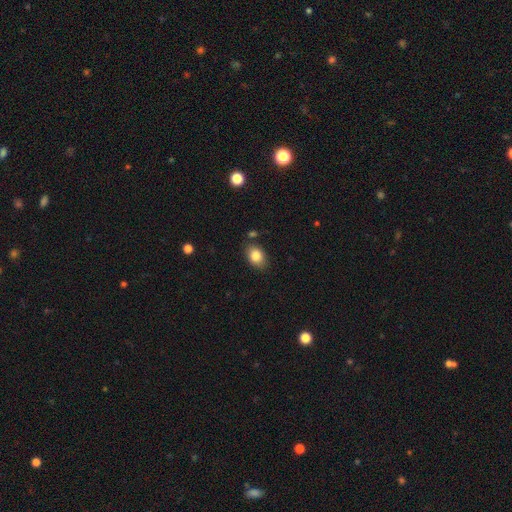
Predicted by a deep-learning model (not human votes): Smooth or featured? smooth (85%)
How rounded? in between (77%)
Merging? none (80%)